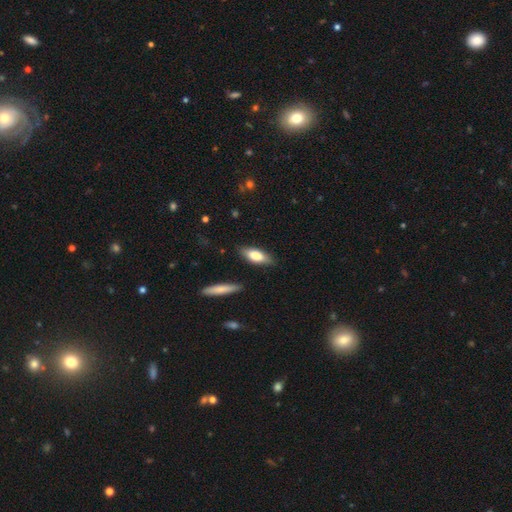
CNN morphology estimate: Q: Smooth or featured?
A: smooth (75%); runner-up: featured or disk (19%)
Q: How rounded?
A: in between (68%); runner-up: cigar-shaped (30%)
Q: Merging?
A: none (83%); runner-up: minor disturbance (12%)